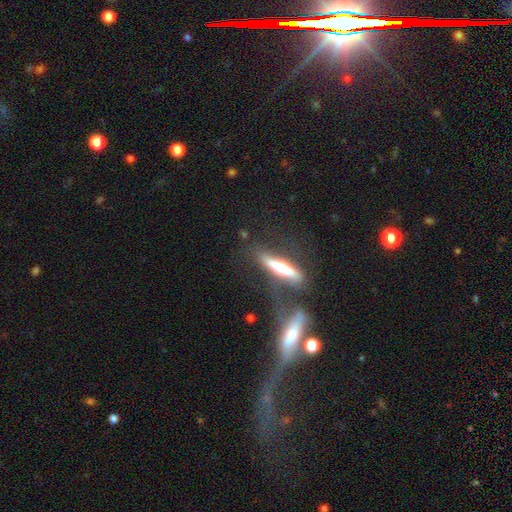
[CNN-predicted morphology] This is possibly a featured or disk galaxy (56%). It is likely viewed edge-on (76%). Merging: marginally none (41%).